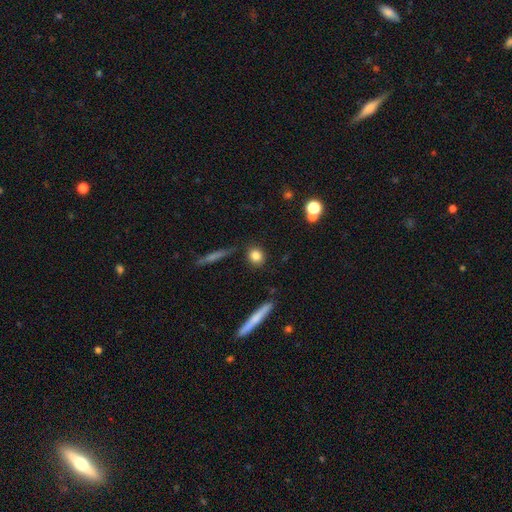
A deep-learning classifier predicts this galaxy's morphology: This is clearly a smooth galaxy (83%). How rounded: likely round (75%). Merging: clearly none (86%).